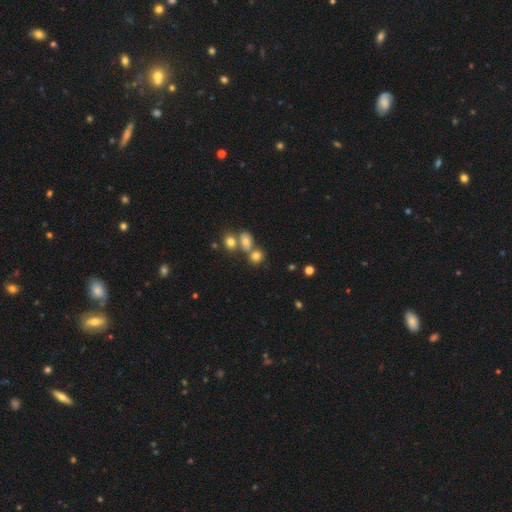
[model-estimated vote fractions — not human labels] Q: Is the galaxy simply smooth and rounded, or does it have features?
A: smooth — 75%.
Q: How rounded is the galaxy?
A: round — 64%.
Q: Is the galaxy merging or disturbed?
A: none — 50%.